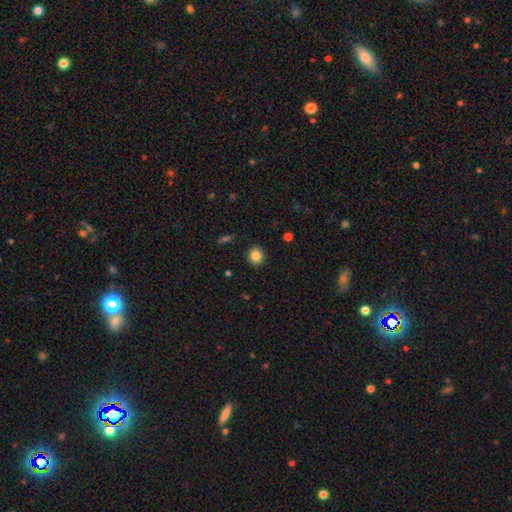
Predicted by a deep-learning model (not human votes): This appears to be a smooth galaxy with no disk features (84%) that is round (80%). Merging: none (90%).